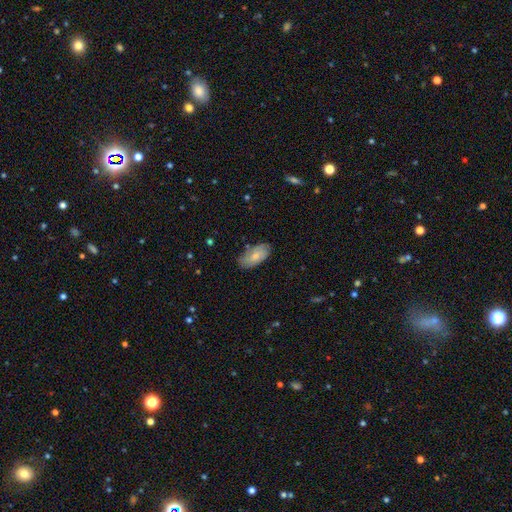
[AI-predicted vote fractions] smooth 57%, featured or disk 37%, star or artifact 7%. Down the decision tree: how rounded — in between (92%); merging — none (75%).